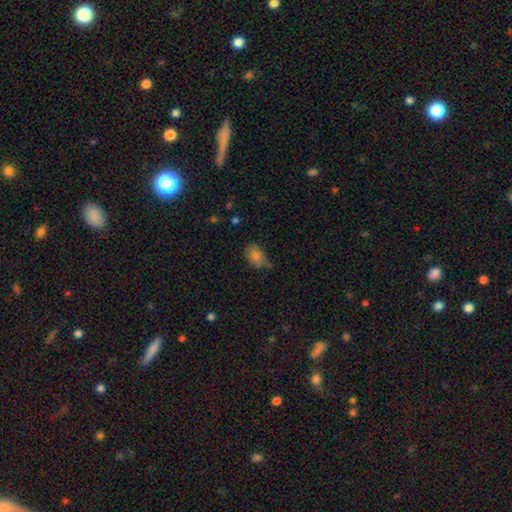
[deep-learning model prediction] Smooth or featured: smooth — 79% (star or artifact — 11%)
How rounded: in between — 82% (round — 17%)
Merging: none — 60% (minor disturbance — 29%)